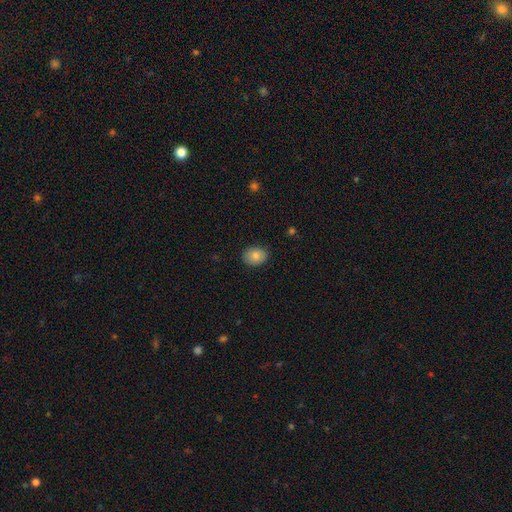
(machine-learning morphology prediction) Smooth or featured? smooth (83%)
How rounded? in between (62%)
Merging? none (85%)